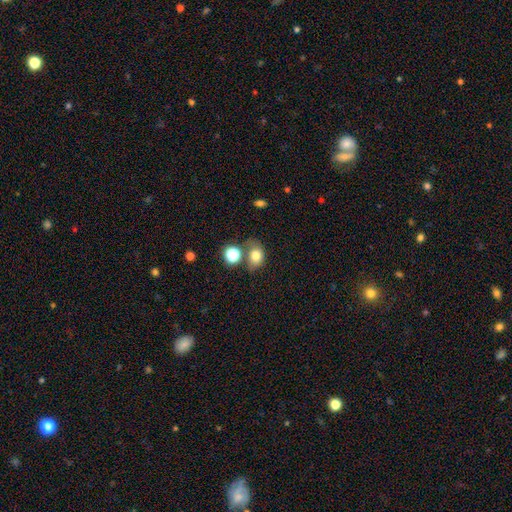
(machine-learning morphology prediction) Smooth or featured? Predicted: smooth (p=0.77). How rounded? Predicted: in between (p=0.59). Merging? Predicted: none (p=0.51).